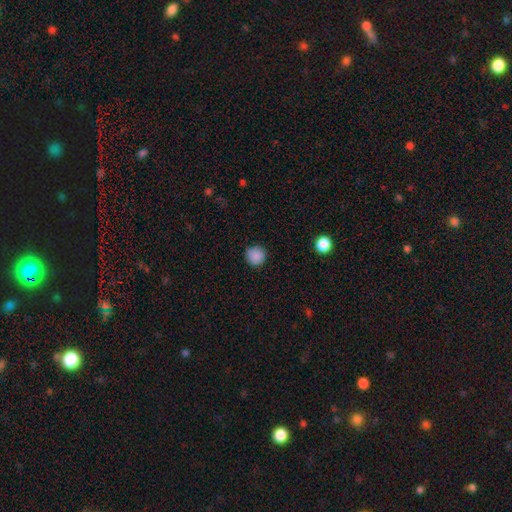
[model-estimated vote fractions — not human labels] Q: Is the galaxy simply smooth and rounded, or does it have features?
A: smooth — 88%.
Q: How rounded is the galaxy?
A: round — 95%.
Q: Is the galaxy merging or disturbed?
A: none — 90%.